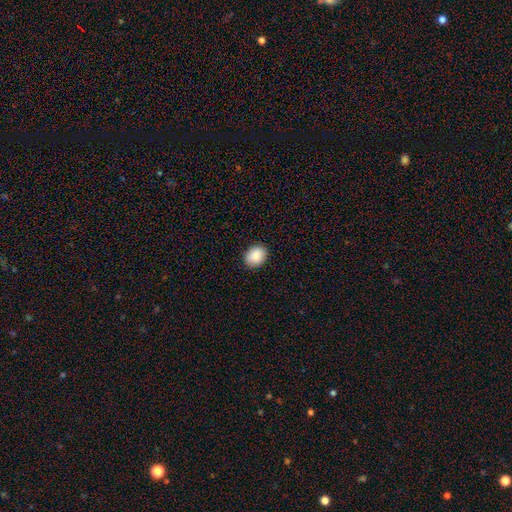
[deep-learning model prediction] A smooth galaxy with no disk features (89%) that is round (51%).

Vote fractions:
- Smooth or featured? smooth: 89% / star or artifact: 7% / featured or disk: 4%
- How rounded? round: 51% / in between: 49% / cigar-shaped: 1%
- Merging? none: 90% / minor disturbance: 8% / major disturbance: 2% / merger: 1%